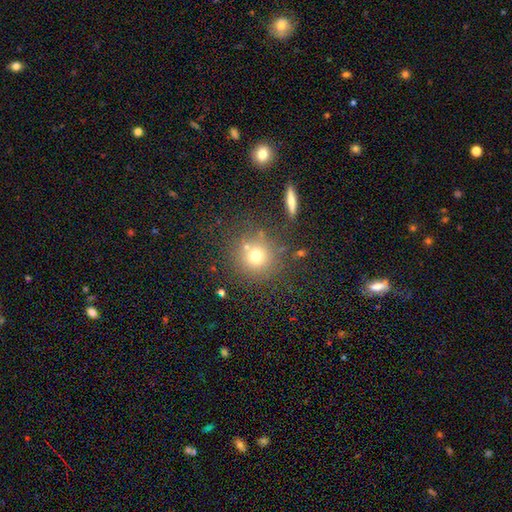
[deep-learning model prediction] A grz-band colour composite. It shows a smooth galaxy with no disk features (70%) that is round (92%). Merging: none (76%).